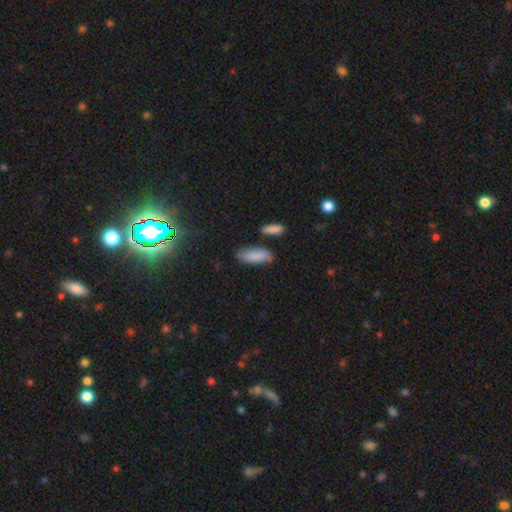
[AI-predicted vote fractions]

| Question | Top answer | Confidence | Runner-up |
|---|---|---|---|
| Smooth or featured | smooth | 84% | featured or disk (9%) |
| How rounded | in between | 69% | cigar-shaped (29%) |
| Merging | none | 76% | minor disturbance (16%) |